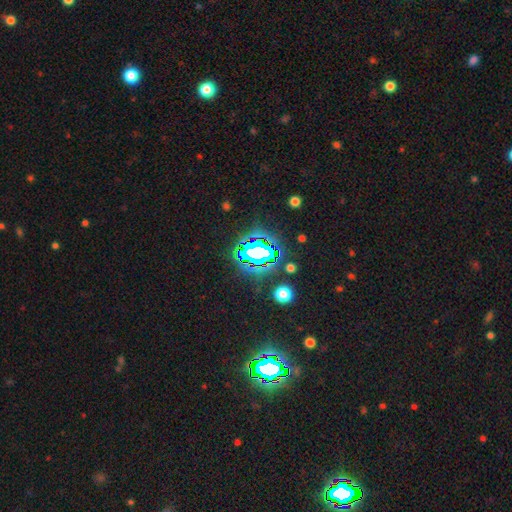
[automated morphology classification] smooth-or-featured: star or artifact: 70% | smooth: 17% | featured or disk: 13%